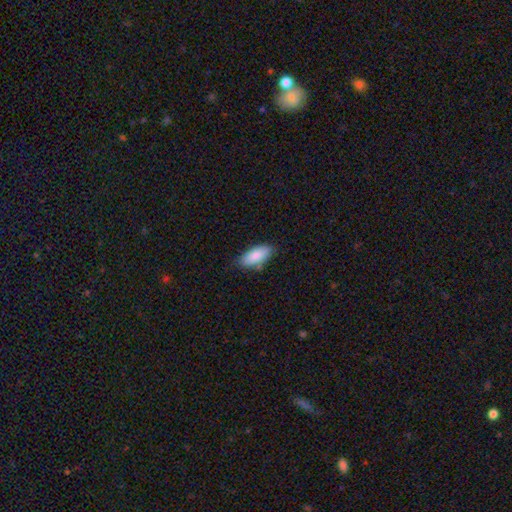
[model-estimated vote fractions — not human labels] This appears to be a smooth galaxy with no disk features (86%) that is in between round and cigar-shaped (86%). Merging: none (78%).